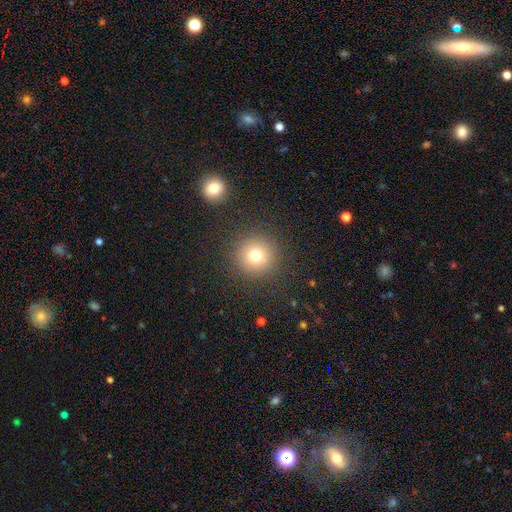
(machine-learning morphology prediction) smooth-or-featured: smooth: 75% | star or artifact: 15% | featured or disk: 10%
  how-rounded: round: 95% | in between: 4% | cigar-shaped: 1%
  merging: none: 90% | minor disturbance: 6% | major disturbance: 3% | merger: 2%